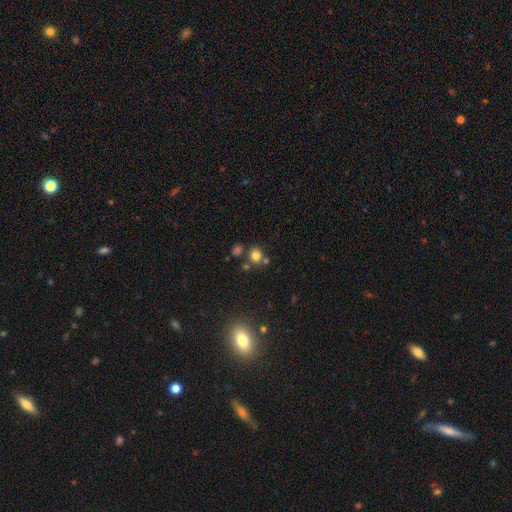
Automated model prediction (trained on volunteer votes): Smooth or featured?
  - smooth: 76% *
  - star or artifact: 16%
  - featured or disk: 7%
How rounded?
  - round: 83% *
  - in between: 16%
  - cigar-shaped: 1%
Merging?
  - none: 69% *
  - merger: 17%
  - minor disturbance: 10%
  - major disturbance: 4%